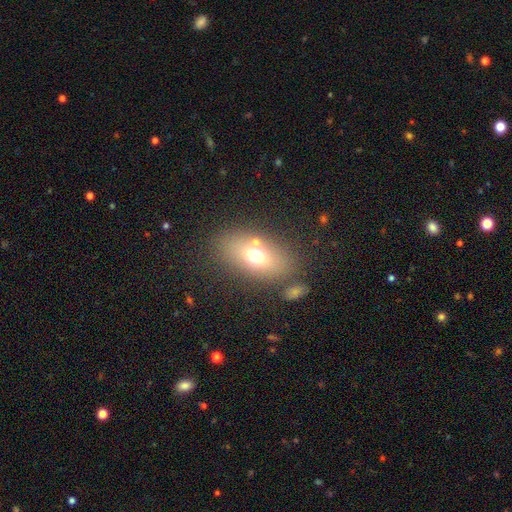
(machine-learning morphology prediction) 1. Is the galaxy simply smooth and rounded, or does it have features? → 67% smooth, 20% featured or disk, 13% star or artifact.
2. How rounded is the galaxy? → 81% in between, 16% round, 3% cigar-shaped.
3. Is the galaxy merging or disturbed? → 72% none, 12% minor disturbance, 10% merger, 6% major disturbance.